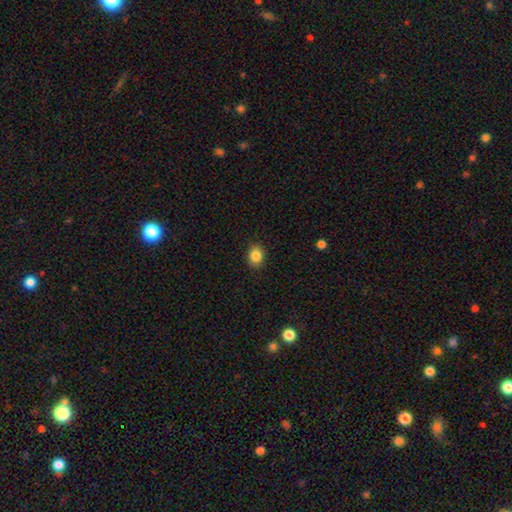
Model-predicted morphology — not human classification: Smooth or featured: smooth — 86% (star or artifact — 9%)
How rounded: in between — 56% (round — 43%)
Merging: none — 89% (minor disturbance — 8%)